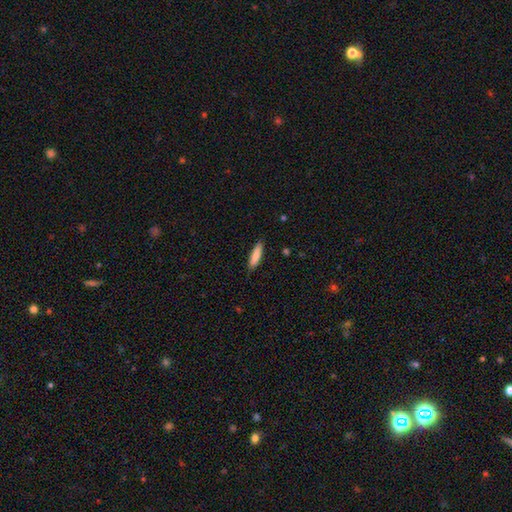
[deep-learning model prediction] A smooth galaxy with no disk features (83%) that is cigar-shaped (74%). Merging: none (84%).